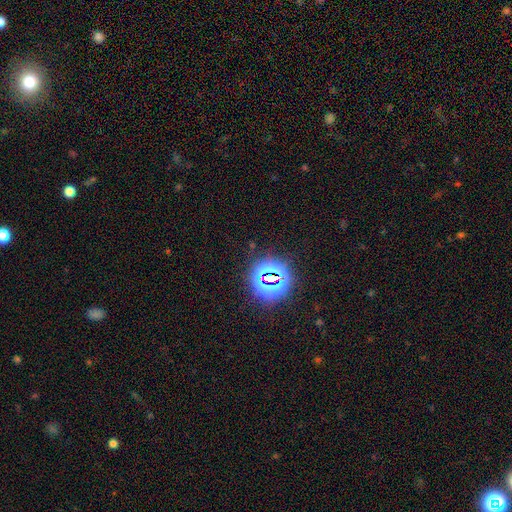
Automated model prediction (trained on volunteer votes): A star or artifact, not a galaxy (78%).